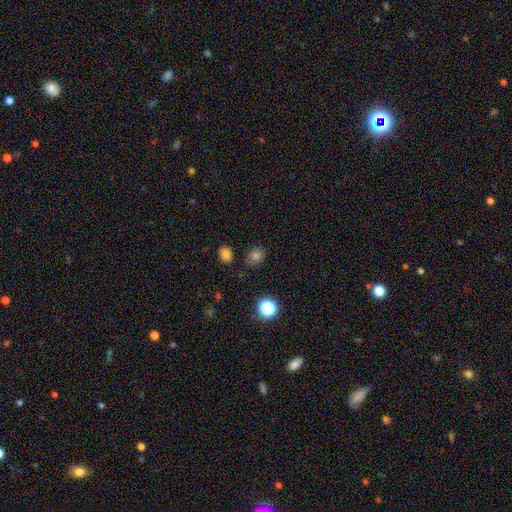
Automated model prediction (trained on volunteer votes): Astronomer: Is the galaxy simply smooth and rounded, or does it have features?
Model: smooth — 74%.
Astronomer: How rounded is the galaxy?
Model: round — 61% (runner-up: in between, 38%).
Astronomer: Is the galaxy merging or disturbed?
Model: none — 78%.